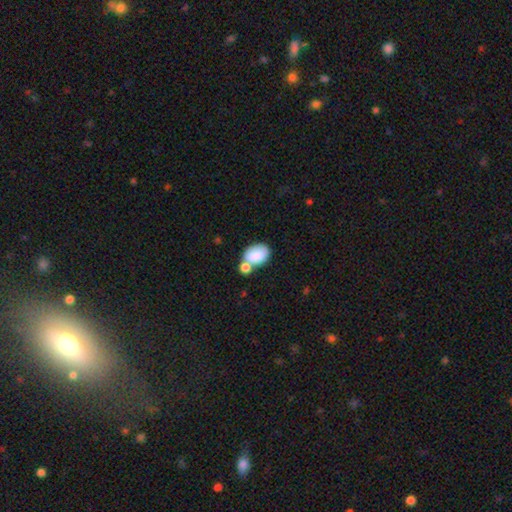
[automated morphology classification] This is clearly a smooth galaxy (82%). How rounded: clearly in between (86%). Merging: marginally merger (42%).